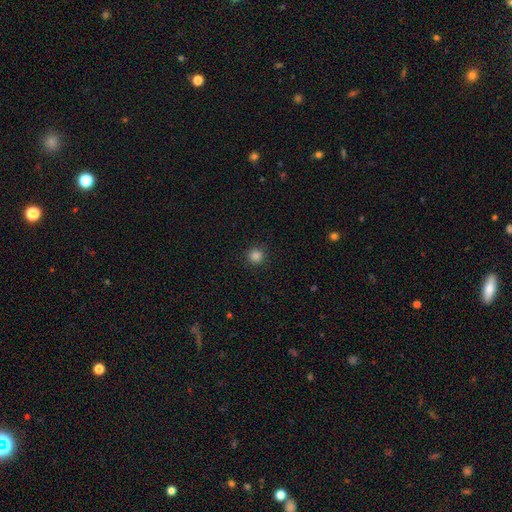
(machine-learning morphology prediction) This is clearly a smooth galaxy (85%). How rounded: clearly round (95%). Merging: clearly none (91%).